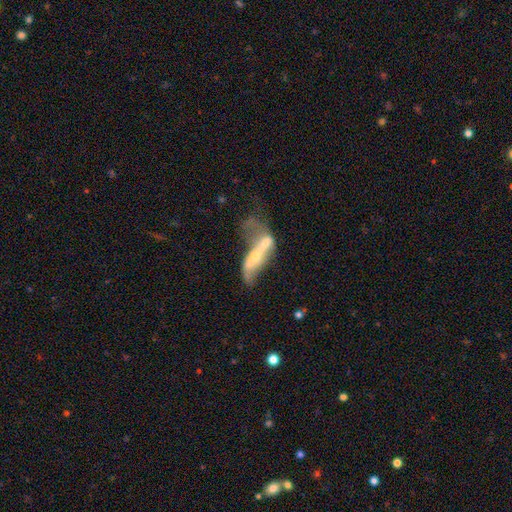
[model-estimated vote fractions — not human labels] Smooth or featured? featured or disk (58%)
Edge-on disk? no (84%)
Merging? merger (50%)